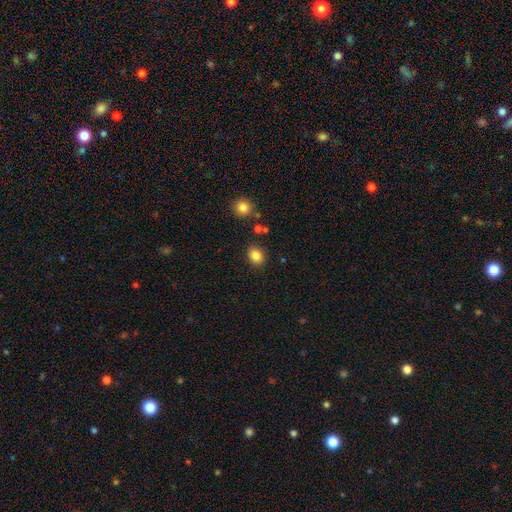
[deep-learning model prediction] Smooth or featured? smooth (85%)
How rounded? round (53%)
Merging? none (85%)